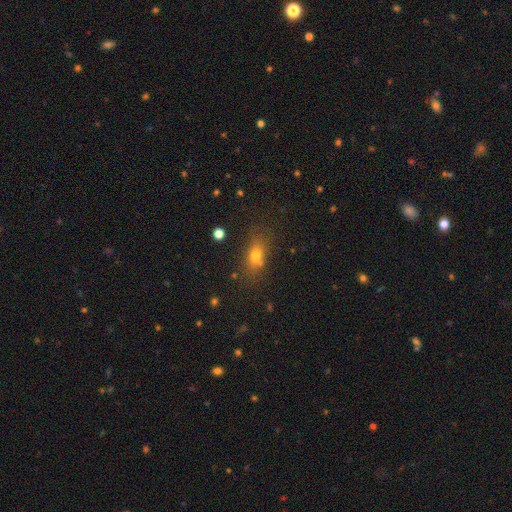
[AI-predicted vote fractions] Q: Smooth or featured?
A: smooth (72%); runner-up: star or artifact (15%)
Q: How rounded?
A: in between (71%); runner-up: round (19%)
Q: Merging?
A: none (70%); runner-up: minor disturbance (16%)